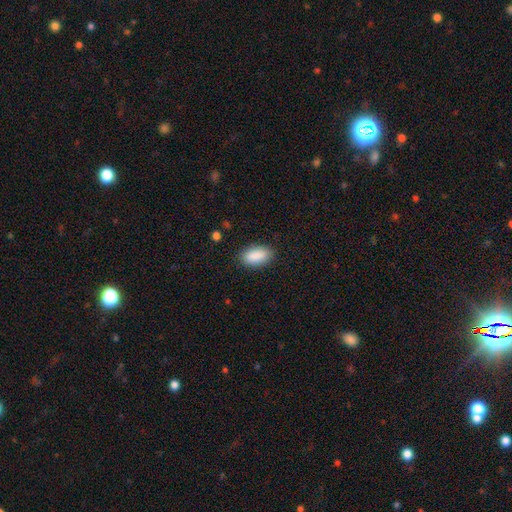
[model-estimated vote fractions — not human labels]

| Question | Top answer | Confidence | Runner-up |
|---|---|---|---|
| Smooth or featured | smooth | 90% | star or artifact (6%) |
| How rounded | in between | 92% | cigar-shaped (5%) |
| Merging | none | 87% | minor disturbance (9%) |